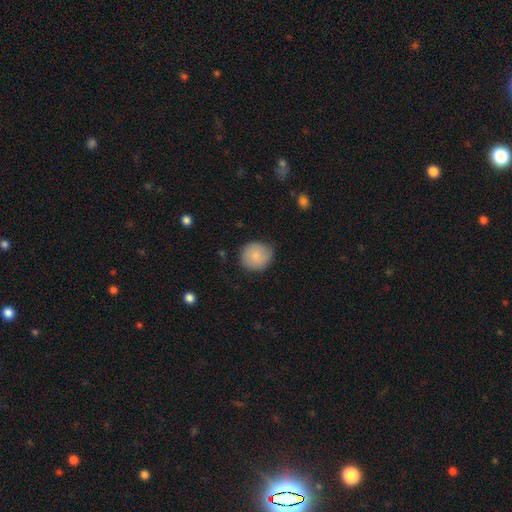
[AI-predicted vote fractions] This appears to be a smooth galaxy with no disk features (83%) that is round (86%). Merging: none (77%).